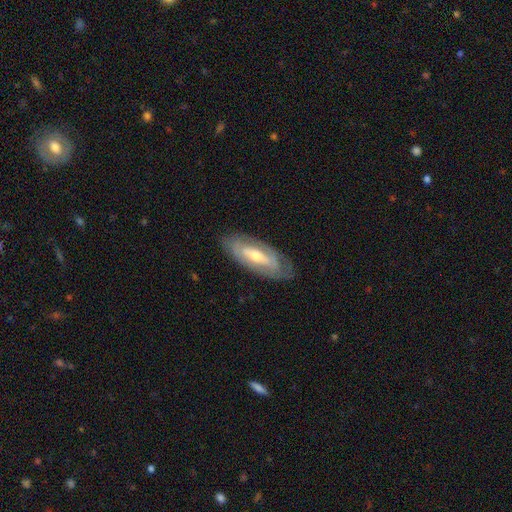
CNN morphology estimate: Smooth or featured? featured or disk (69%)
Edge-on disk? no (83%)
Bar? no (40%)
Spiral arms? yes (61%)
Bulge size? moderate (58%)
Merging? none (78%)